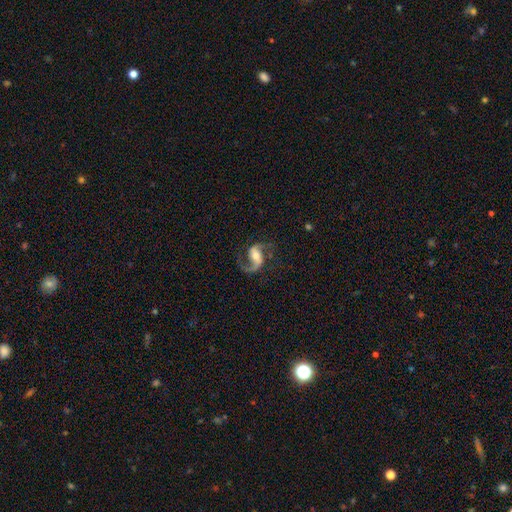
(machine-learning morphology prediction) featured or disk 89%, smooth 6%, star or artifact 5%. Down the decision tree: edge-on disk — no (98%); bar — weak (40%); spiral arms — yes (97%); spiral arm count — 2 (85%); spiral winding — loose (54%); bulge size — moderate (58%); merging — none (72%).